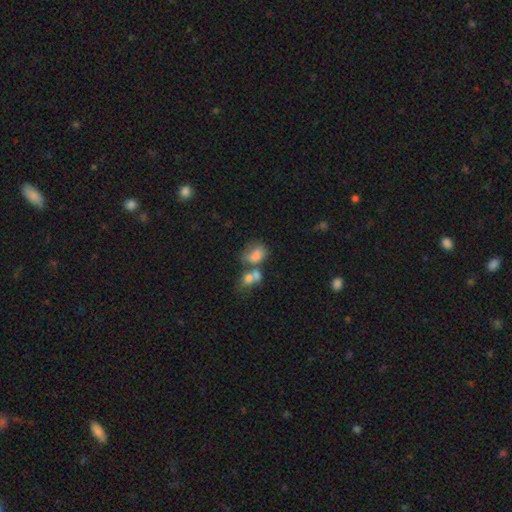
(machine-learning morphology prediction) Q: Smooth or featured?
A: smooth (73%); runner-up: featured or disk (16%)
Q: How rounded?
A: in between (71%); runner-up: round (27%)
Q: Merging?
A: merger (52%); runner-up: none (23%)